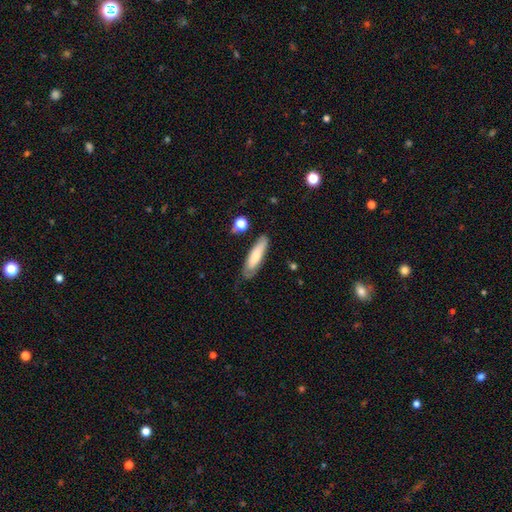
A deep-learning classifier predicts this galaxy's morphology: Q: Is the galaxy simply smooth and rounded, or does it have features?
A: smooth — 72%.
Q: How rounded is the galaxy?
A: cigar-shaped — 67%.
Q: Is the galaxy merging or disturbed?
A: none — 70%.